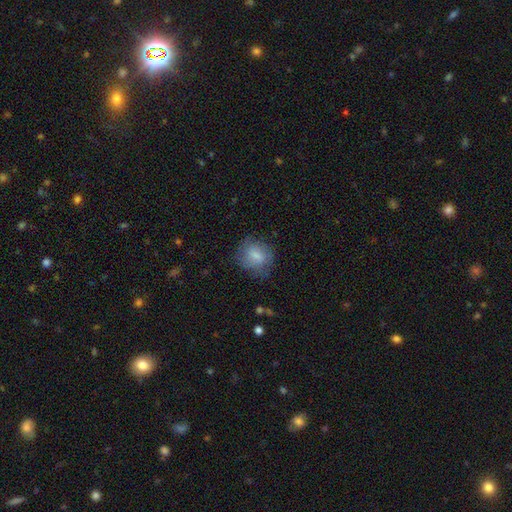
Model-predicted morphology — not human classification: smooth-or-featured: smooth: 74% | featured or disk: 18% | star or artifact: 8%
  how-rounded: round: 66% | in between: 33% | cigar-shaped: 1%
  merging: none: 66% | minor disturbance: 23% | major disturbance: 9% | merger: 1%